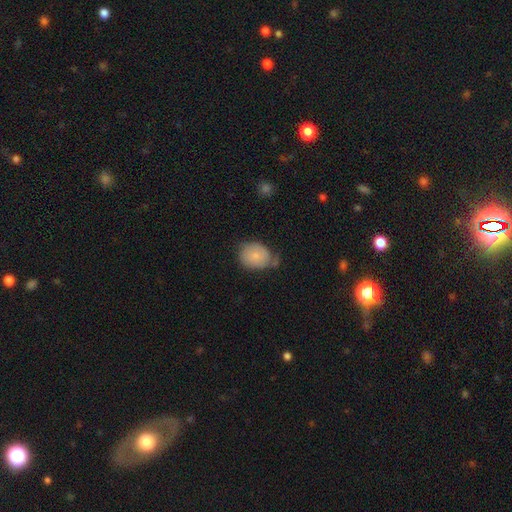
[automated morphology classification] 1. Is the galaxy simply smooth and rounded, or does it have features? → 76% smooth, 16% featured or disk, 7% star or artifact.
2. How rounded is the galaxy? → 50% round, 49% in between, 1% cigar-shaped.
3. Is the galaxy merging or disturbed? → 48% none, 34% minor disturbance, 10% major disturbance, 8% merger.